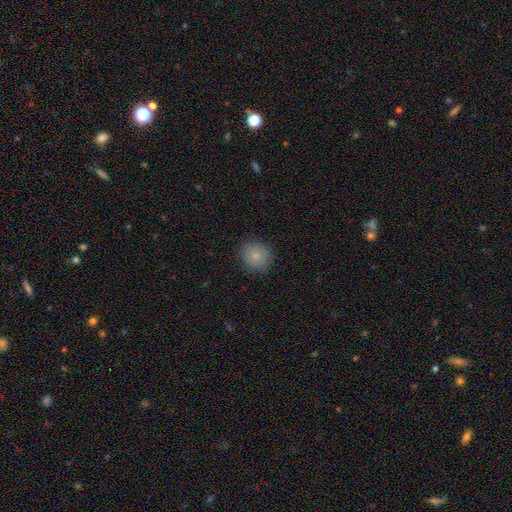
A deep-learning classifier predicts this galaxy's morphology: A smooth galaxy with no disk features (82%) that is round (84%).

Vote fractions:
- Smooth or featured? smooth: 82% / star or artifact: 10% / featured or disk: 8%
- How rounded? round: 84% / in between: 15% / cigar-shaped: 1%
- Merging? none: 86% / minor disturbance: 10% / major disturbance: 3% / merger: 1%